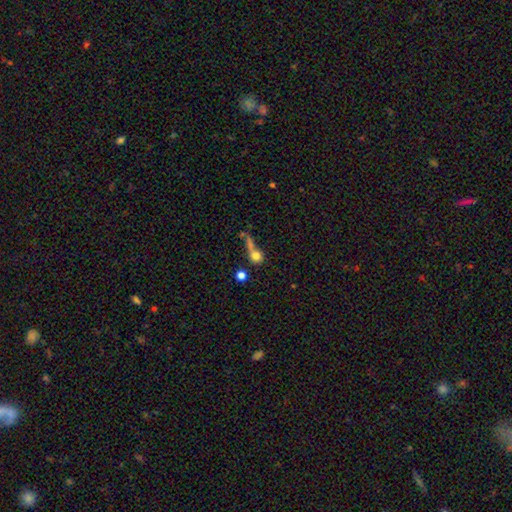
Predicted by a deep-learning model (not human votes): Smooth or featured? smooth (70%)
How rounded? round (77%)
Merging? merger (37%)